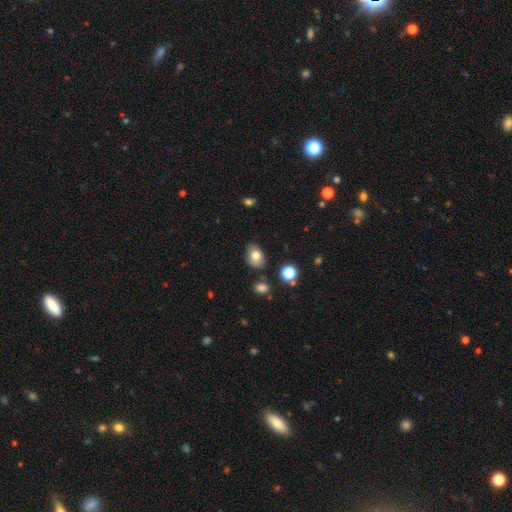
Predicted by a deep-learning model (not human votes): This is likely a smooth galaxy (78%). How rounded: likely in between (78%). Merging: likely none (75%).